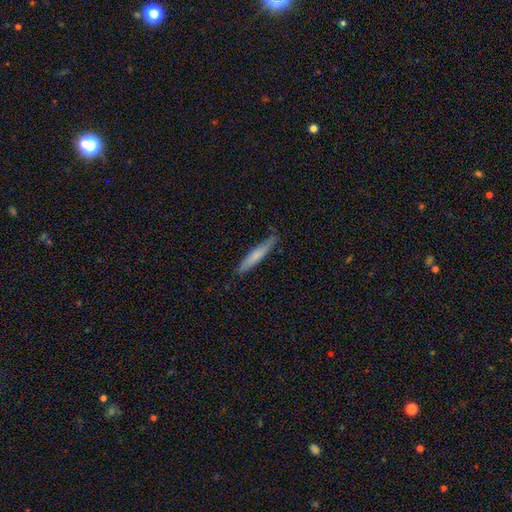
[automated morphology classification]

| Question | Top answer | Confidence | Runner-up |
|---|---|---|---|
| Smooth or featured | smooth | 70% | featured or disk (24%) |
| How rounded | cigar-shaped | 93% | in between (6%) |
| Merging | none | 85% | minor disturbance (12%) |